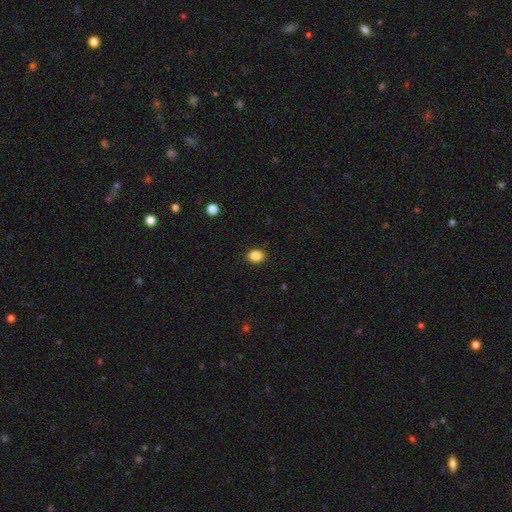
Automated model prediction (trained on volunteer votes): smooth-or-featured: smooth: 87% | star or artifact: 10% | featured or disk: 3%
  how-rounded: in between: 52% | round: 47% | cigar-shaped: 1%
  merging: none: 90% | minor disturbance: 7% | major disturbance: 2% | merger: 1%